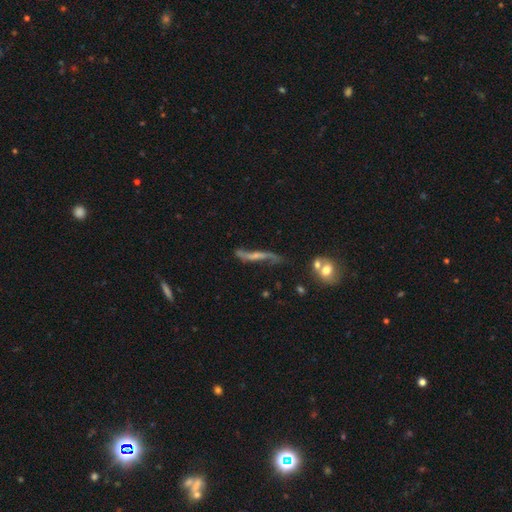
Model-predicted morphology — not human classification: smooth-or-featured: featured or disk: 75% | smooth: 16% | star or artifact: 9%
  disk-edge-on: no: 64% | yes: 36%
  merging: none: 57% | minor disturbance: 22% | major disturbance: 14% | merger: 7%